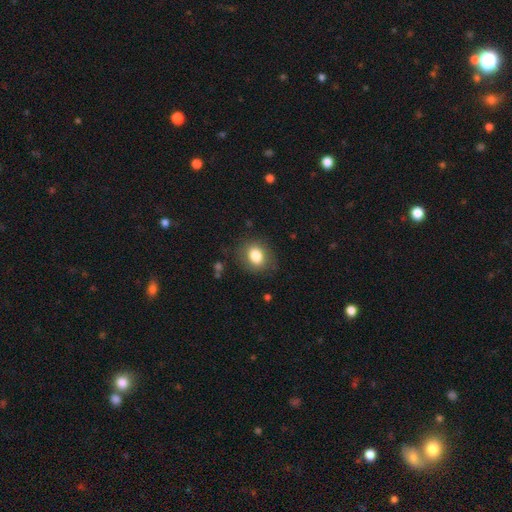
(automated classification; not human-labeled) A smooth galaxy with no disk features (81%) that is round (53%). Merging: none (81%).